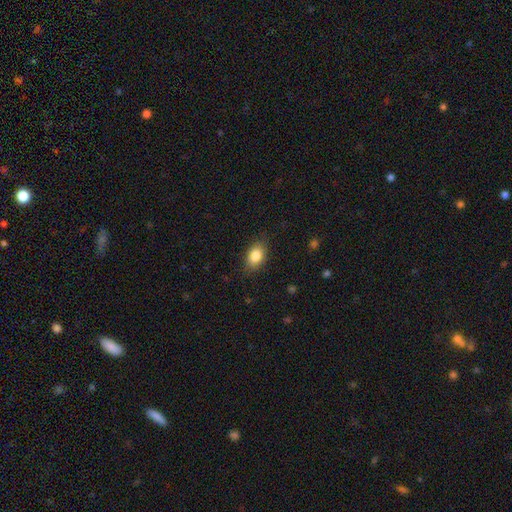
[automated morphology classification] Smooth or featured?
  - smooth: 84% *
  - featured or disk: 9%
  - star or artifact: 8%
How rounded?
  - in between: 85% *
  - round: 13%
  - cigar-shaped: 2%
Merging?
  - none: 82% *
  - minor disturbance: 14%
  - major disturbance: 3%
  - merger: 1%